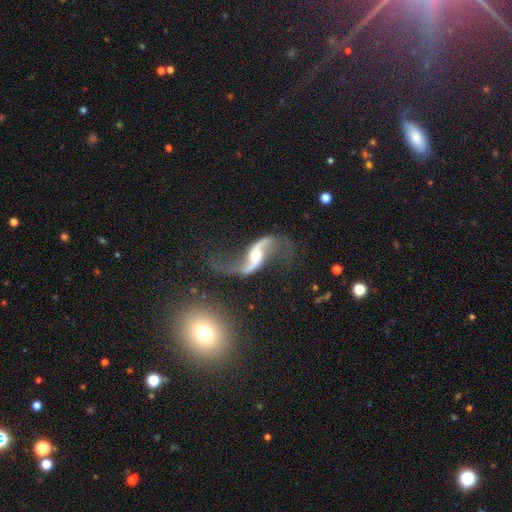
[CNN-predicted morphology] This is clearly a featured or disk galaxy (92%). It is clearly not viewed edge-on (96%). Bar: marginally no (43%). Spiral arm pattern: clearly yes (97%). Spiral arm count: clearly 2 (94%). Spiral winding: clearly loose (91%). Central bulge: possibly moderate (57%). Merging: likely none (71%).